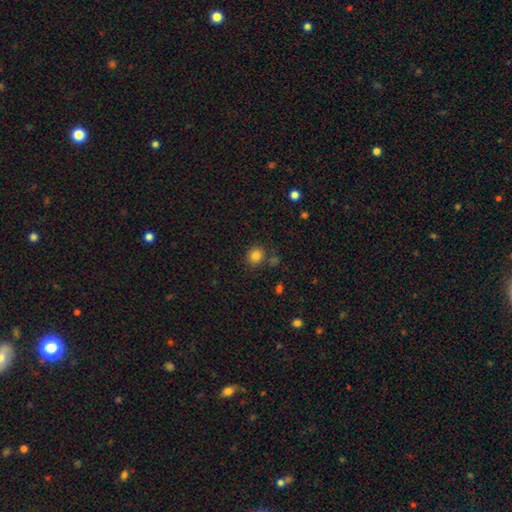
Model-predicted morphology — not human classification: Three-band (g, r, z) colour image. It shows a smooth galaxy with no disk features (83%) that is round (80%). Merging: none (78%).